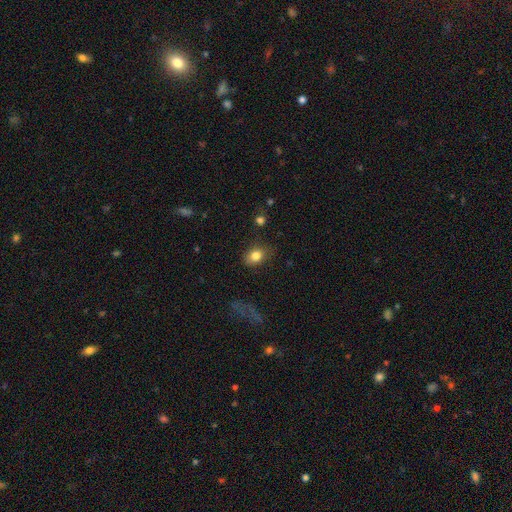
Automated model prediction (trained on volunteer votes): Overall: smooth (82%). How rounded: in between (67%; round 32%). Merging: none (78%).